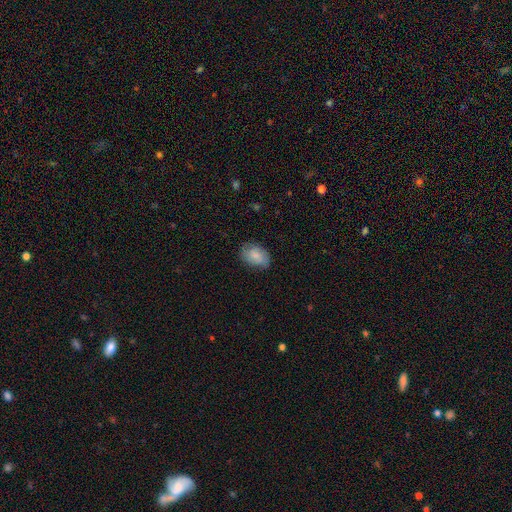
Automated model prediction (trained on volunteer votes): Smooth or featured? Predicted: smooth (p=0.72). How rounded? Predicted: in between (p=0.85). Merging? Predicted: none (p=0.73).